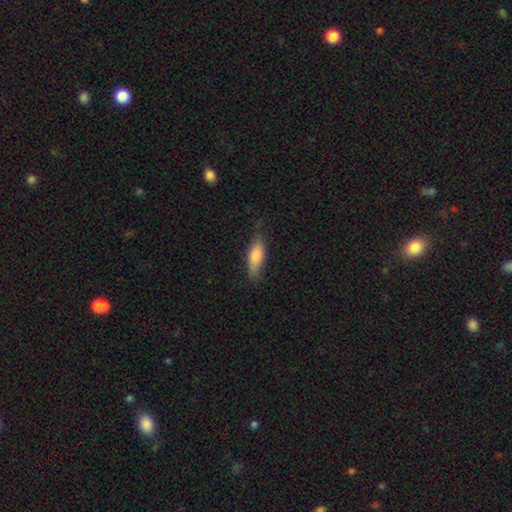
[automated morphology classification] A smooth galaxy with no disk features (76%) that is in between round and cigar-shaped (55%).

Vote fractions:
- Smooth or featured? smooth: 76% / featured or disk: 18% / star or artifact: 6%
- How rounded? in between: 55% / cigar-shaped: 43% / round: 2%
- Merging? none: 71% / minor disturbance: 23% / major disturbance: 5% / merger: 1%